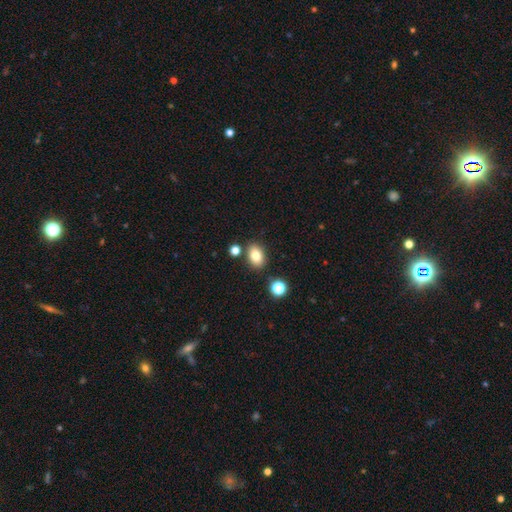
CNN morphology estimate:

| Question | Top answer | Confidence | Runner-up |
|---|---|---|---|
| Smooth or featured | smooth | 81% | star or artifact (11%) |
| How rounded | in between | 78% | round (21%) |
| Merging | none | 81% | minor disturbance (10%) |